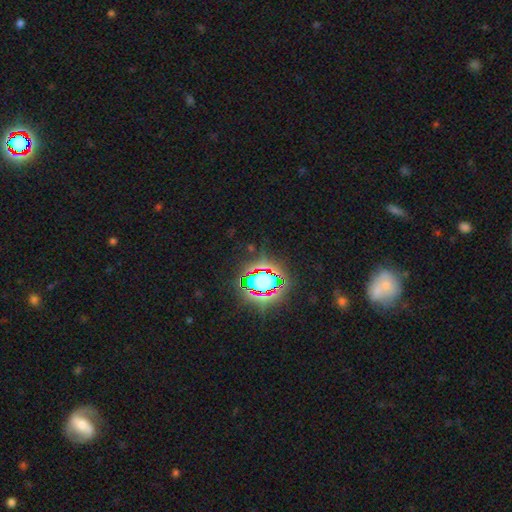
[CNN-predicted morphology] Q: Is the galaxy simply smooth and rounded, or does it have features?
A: star or artifact — 79%.